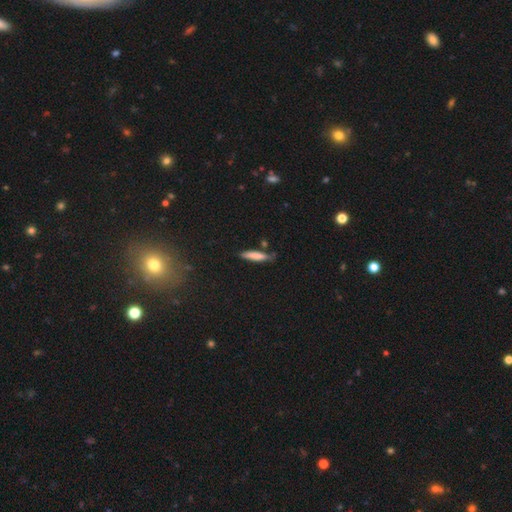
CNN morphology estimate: Smooth or featured? Predicted: smooth (p=0.78). How rounded? Predicted: cigar-shaped (p=0.83). Merging? Predicted: none (p=0.71).